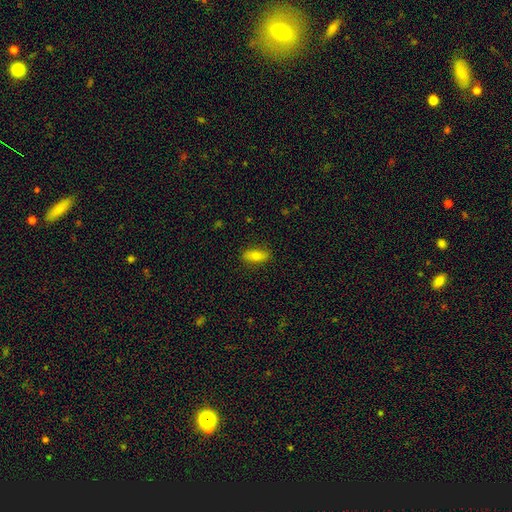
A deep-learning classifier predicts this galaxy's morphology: Q: Smooth or featured?
A: smooth (74%); runner-up: featured or disk (19%)
Q: How rounded?
A: in between (76%); runner-up: cigar-shaped (20%)
Q: Merging?
A: none (85%); runner-up: minor disturbance (11%)